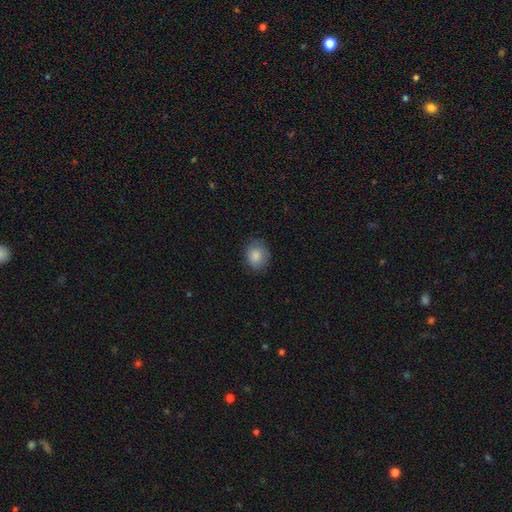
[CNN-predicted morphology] This appears to be a smooth galaxy with no disk features (84%) that is round (55%). Merging: none (78%).